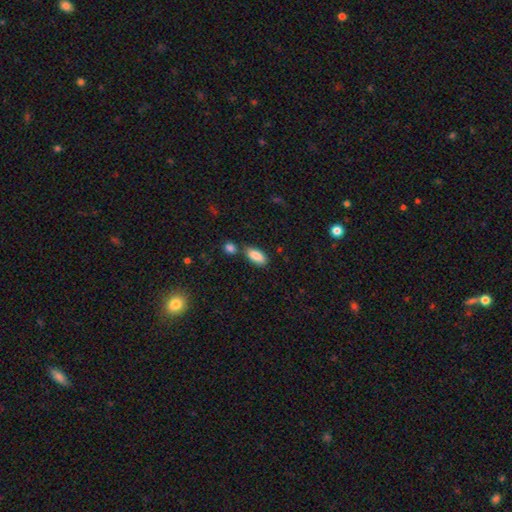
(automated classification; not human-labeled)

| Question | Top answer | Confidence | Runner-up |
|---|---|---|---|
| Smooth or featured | smooth | 86% | star or artifact (7%) |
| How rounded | in between | 87% | cigar-shaped (11%) |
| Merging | none | 68% | merger (15%) |